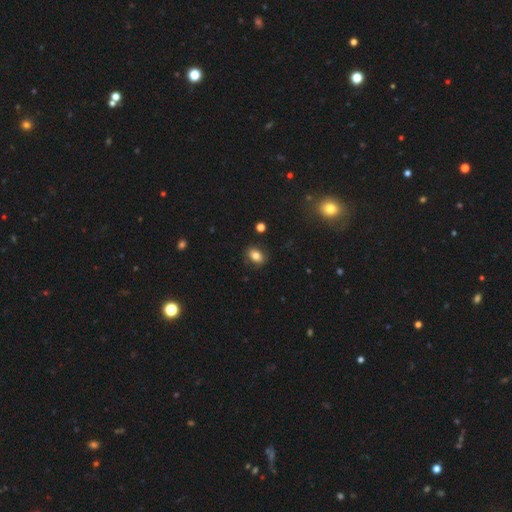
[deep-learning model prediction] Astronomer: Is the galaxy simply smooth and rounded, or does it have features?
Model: smooth — 80%.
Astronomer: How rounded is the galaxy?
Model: in between — 69%.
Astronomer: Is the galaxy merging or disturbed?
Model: none — 85%.